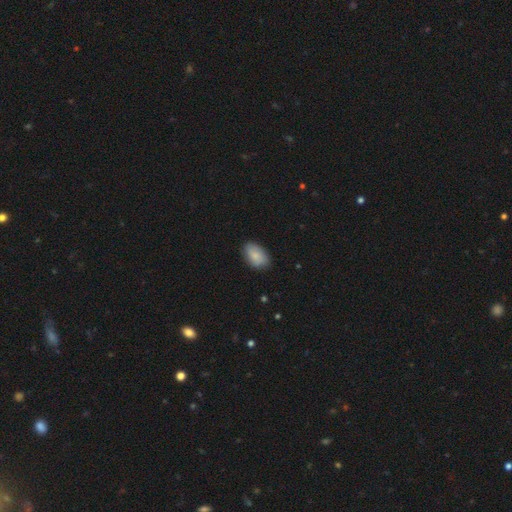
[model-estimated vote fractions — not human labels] A smooth galaxy with no disk features (84%) that is in between round and cigar-shaped (91%). Merging: none (82%).